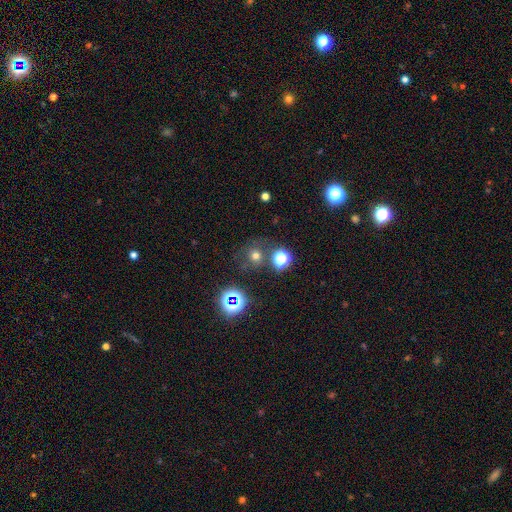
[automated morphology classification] Smooth or featured?
  - smooth: 61% *
  - star or artifact: 30%
  - featured or disk: 10%
How rounded?
  - round: 91% *
  - in between: 8%
  - cigar-shaped: 1%
Merging?
  - none: 73% *
  - minor disturbance: 12%
  - merger: 9%
  - major disturbance: 6%